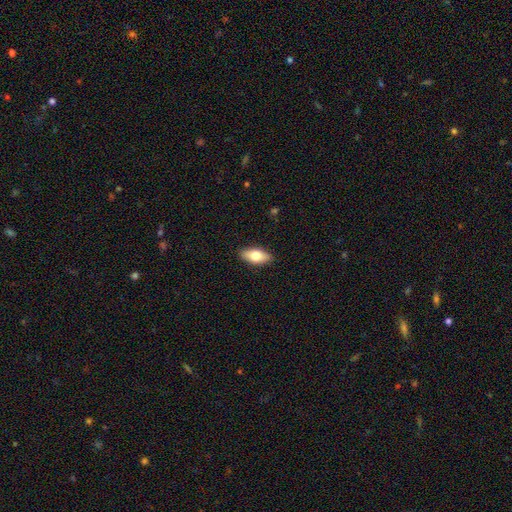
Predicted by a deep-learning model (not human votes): This is likely a smooth galaxy (72%). How rounded: clearly in between (87%). Merging: clearly none (88%).